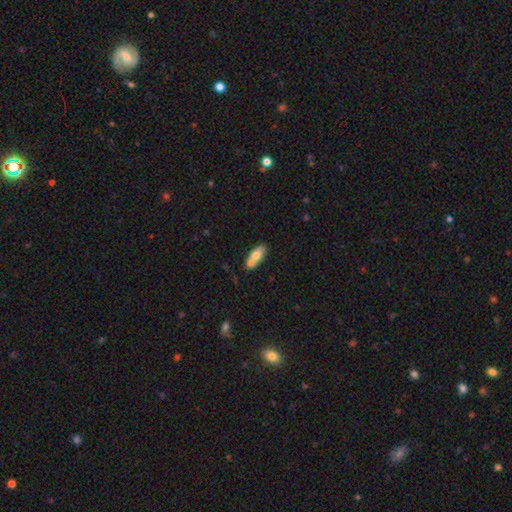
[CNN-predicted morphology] The model was most divided on "merging": none: 43%, merger: 42%, minor disturbance: 12%, major disturbance: 3%. More confident: how rounded — in between (80%); smooth or featured — smooth (65%).